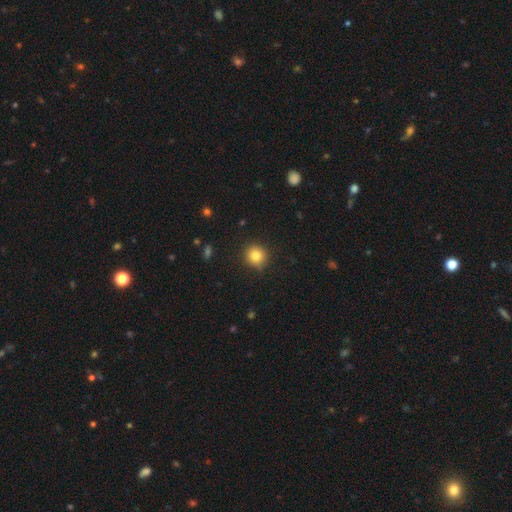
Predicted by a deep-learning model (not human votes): Morphology: type=smooth (83%); roundness=round (90%); merging=none (88%).